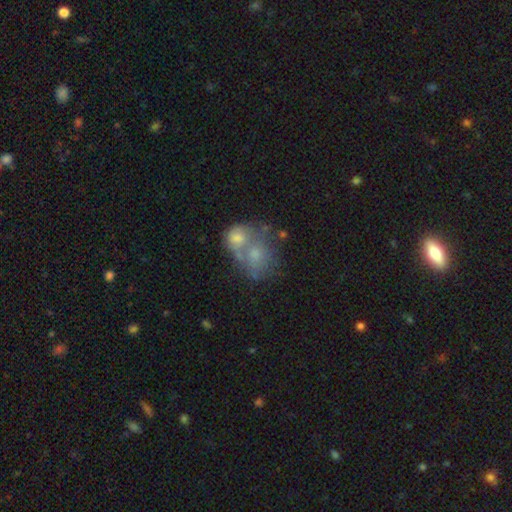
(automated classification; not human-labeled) Smooth or featured: smooth — 58% (featured or disk — 32%)
How rounded: round — 53% (in between — 46%)
Merging: merger — 63% (none — 17%)